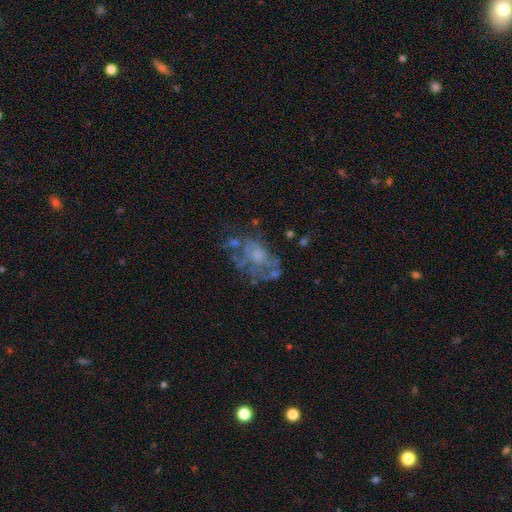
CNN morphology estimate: smooth-or-featured: featured or disk: 63% | smooth: 24% | star or artifact: 13%
  disk-edge-on: no: 97% | yes: 3%
    bar: no: 87% | weak: 11% | strong: 2%
    has-spiral-arms: no: 75% | yes: 25%
    bulge-size: moderate: 37% | small: 30% | none: 26% | large: 6% | dominant: 2%
  merging: none: 45% | major disturbance: 24% | minor disturbance: 21% | merger: 10%